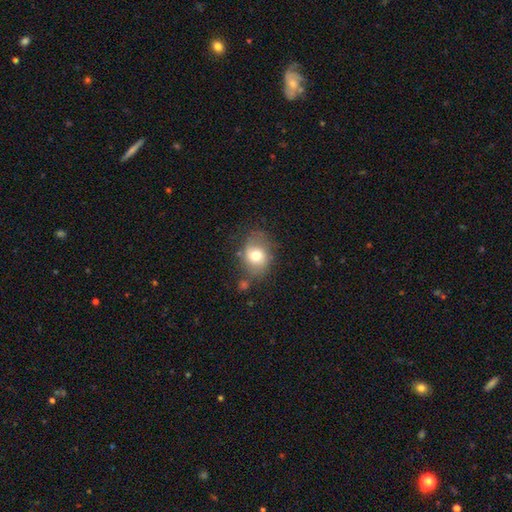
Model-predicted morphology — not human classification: Smooth or featured?
  - smooth: 71% *
  - featured or disk: 20%
  - star or artifact: 10%
How rounded?
  - round: 51% *
  - in between: 49%
  - cigar-shaped: 1%
Merging?
  - none: 64% *
  - minor disturbance: 22%
  - major disturbance: 8%
  - merger: 5%